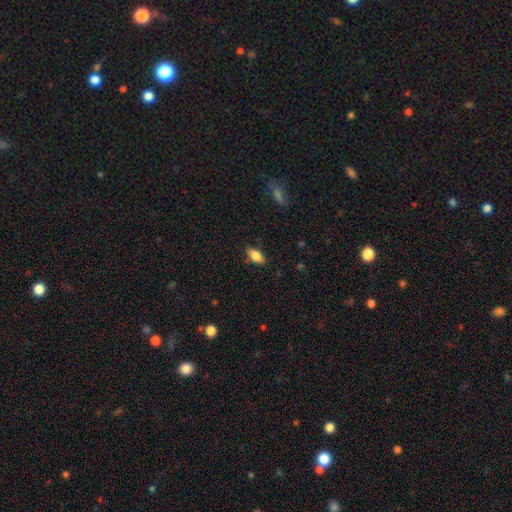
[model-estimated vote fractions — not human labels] Overall: smooth (83%). How rounded: in between (88%). Merging: none (83%).